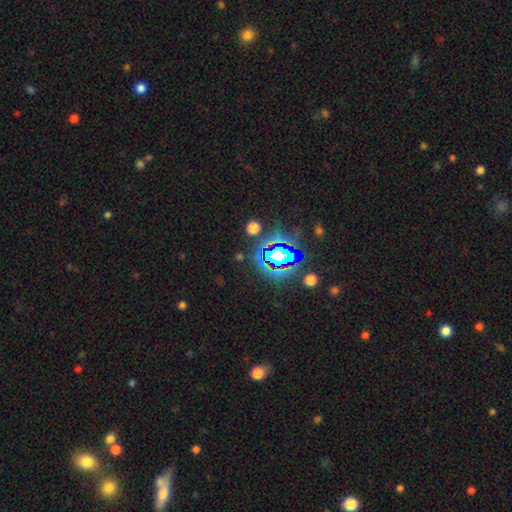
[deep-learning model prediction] This appears to be a star or artifact, not a galaxy (78%).